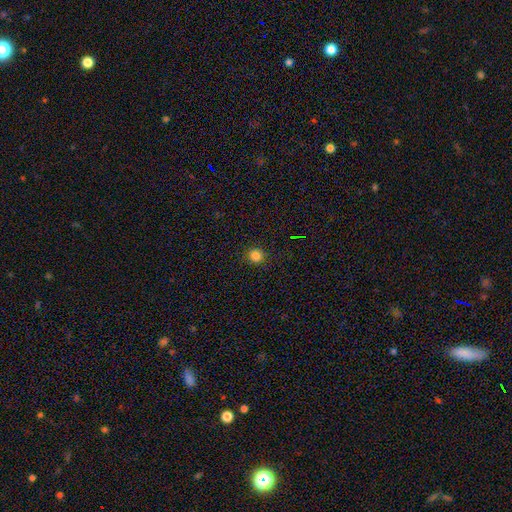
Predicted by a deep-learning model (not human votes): Morphology: type=smooth (82%); roundness=round (91%); merging=none (91%).